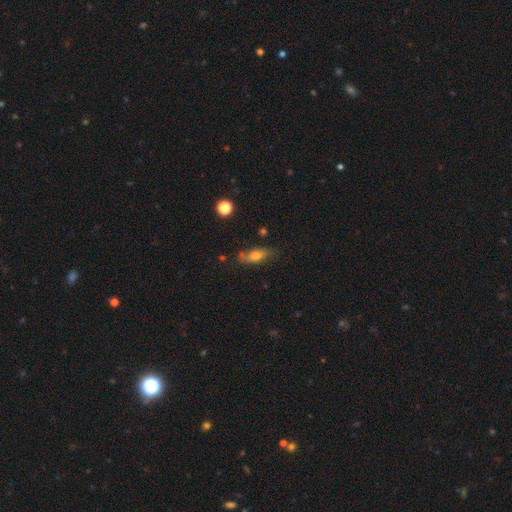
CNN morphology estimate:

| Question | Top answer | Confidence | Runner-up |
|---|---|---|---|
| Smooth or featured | smooth | 64% | featured or disk (28%) |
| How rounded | in between | 66% | cigar-shaped (28%) |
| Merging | none | 69% | minor disturbance (21%) |